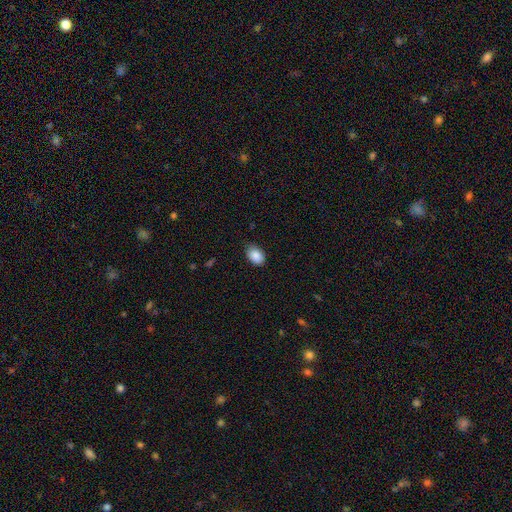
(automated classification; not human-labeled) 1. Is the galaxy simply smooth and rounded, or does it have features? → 89% smooth, 7% star or artifact, 4% featured or disk.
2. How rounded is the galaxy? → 85% in between, 14% round, 1% cigar-shaped.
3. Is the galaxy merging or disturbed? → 75% none, 21% minor disturbance, 3% major disturbance, 1% merger.